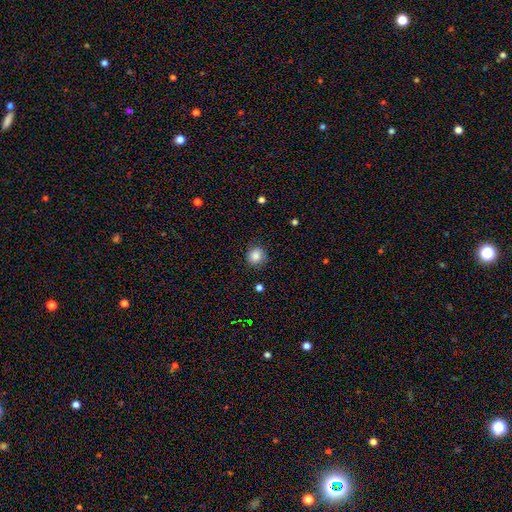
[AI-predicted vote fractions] Q: Smooth or featured?
A: smooth (85%); runner-up: star or artifact (10%)
Q: How rounded?
A: round (90%); runner-up: in between (9%)
Q: Merging?
A: none (85%); runner-up: minor disturbance (11%)